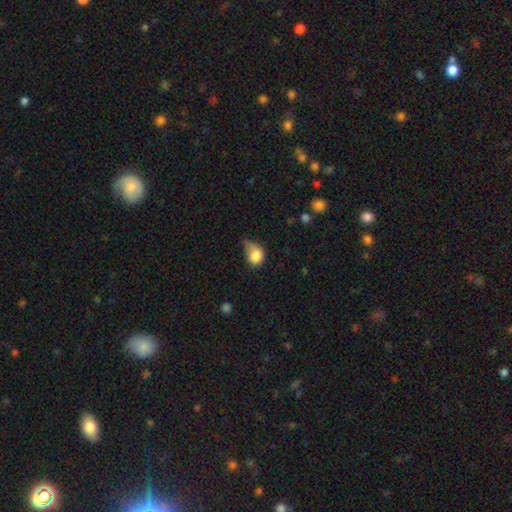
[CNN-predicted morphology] type=smooth (81%); roundness=round (60%); merging=minor disturbance (43%).